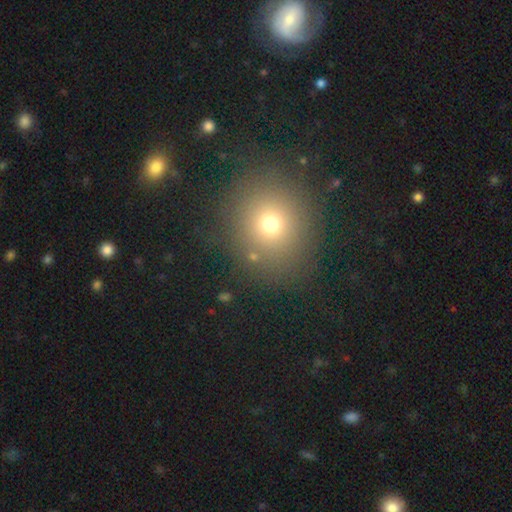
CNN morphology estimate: Overall: smooth (69%). How rounded: round (80%). Merging: none (85%).